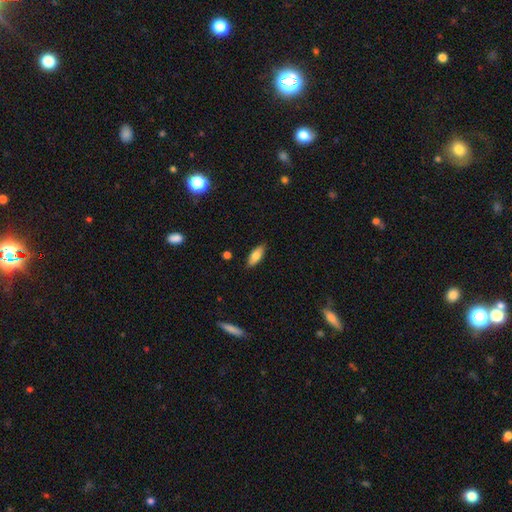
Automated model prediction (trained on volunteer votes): Smooth or featured? smooth (78%)
How rounded? in between (75%)
Merging? none (87%)